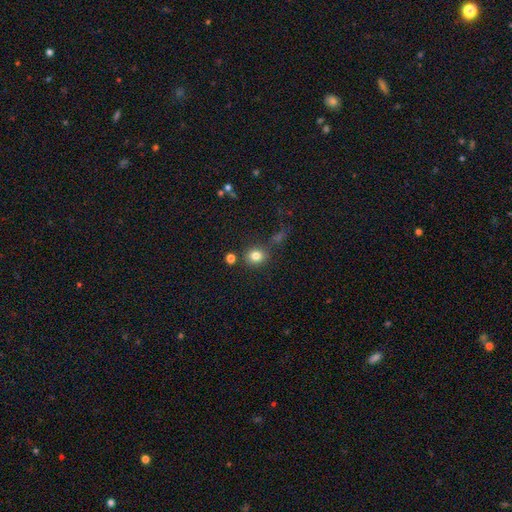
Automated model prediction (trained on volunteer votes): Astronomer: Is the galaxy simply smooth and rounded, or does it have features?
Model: smooth — 80%.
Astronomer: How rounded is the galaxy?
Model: round — 79%.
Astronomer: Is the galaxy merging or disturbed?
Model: none — 79%.